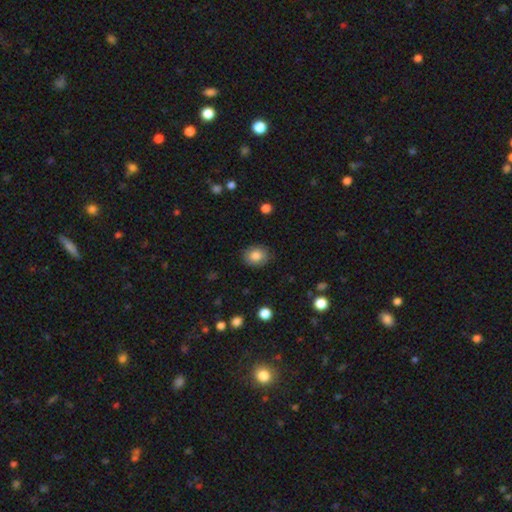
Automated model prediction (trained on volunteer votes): Overall: smooth (85%). How rounded: round (54%; in between 45%). Merging: none (86%).